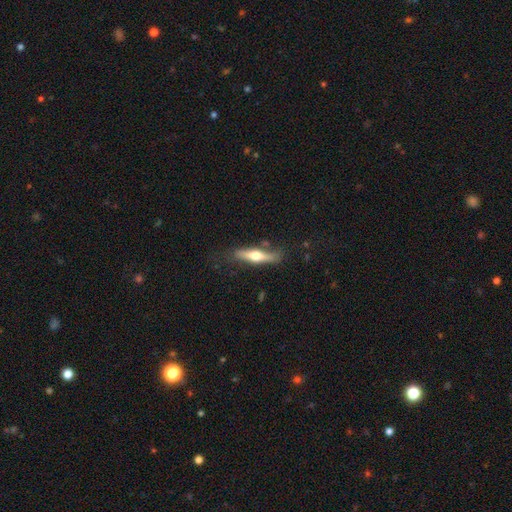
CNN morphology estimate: Overall: featured or disk (53%; smooth 42%). Edge-on disk: yes (93%). Merging: none (74%).